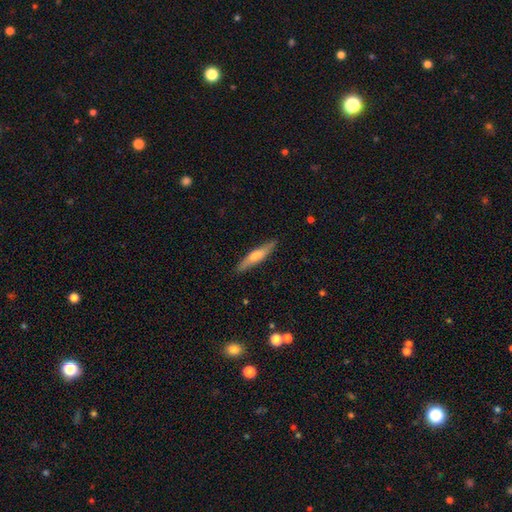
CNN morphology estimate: Q: Smooth or featured?
A: featured or disk (48%); runner-up: smooth (46%)
Q: Merging?
A: none (88%); runner-up: minor disturbance (9%)